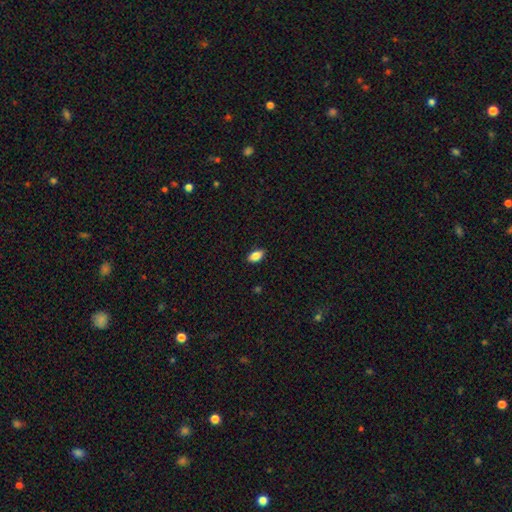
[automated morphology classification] Smooth or featured?
  - smooth: 85% *
  - star or artifact: 8%
  - featured or disk: 7%
How rounded?
  - in between: 91% *
  - round: 5%
  - cigar-shaped: 4%
Merging?
  - none: 87% *
  - minor disturbance: 10%
  - major disturbance: 2%
  - merger: 1%